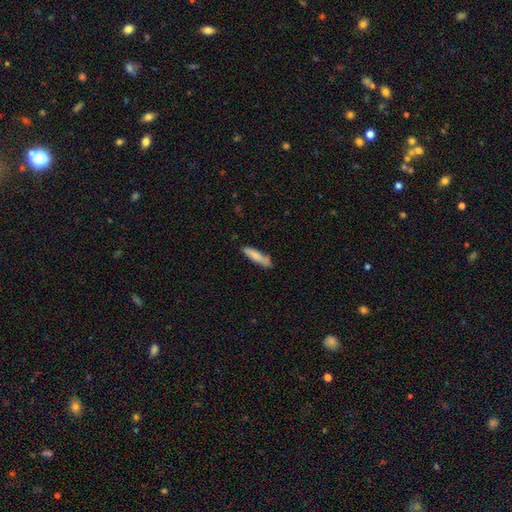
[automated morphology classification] Overall: smooth (80%). How rounded: cigar-shaped (75%). Merging: none (72%).